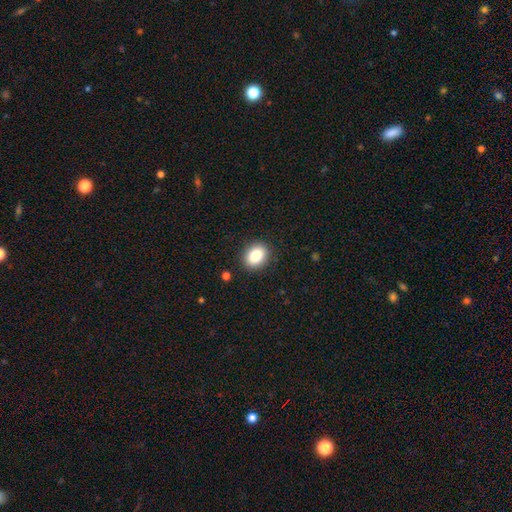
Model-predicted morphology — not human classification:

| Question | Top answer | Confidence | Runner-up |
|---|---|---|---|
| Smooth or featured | smooth | 84% | star or artifact (9%) |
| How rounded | in between | 60% | round (39%) |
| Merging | none | 89% | minor disturbance (7%) |